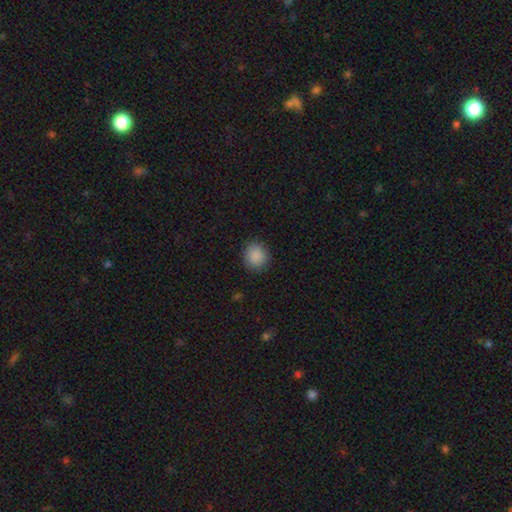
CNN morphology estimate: The model was most divided on "how rounded": round: 86%, in between: 13%, cigar-shaped: 1%. More confident: merging — none (89%); smooth or featured — smooth (88%).